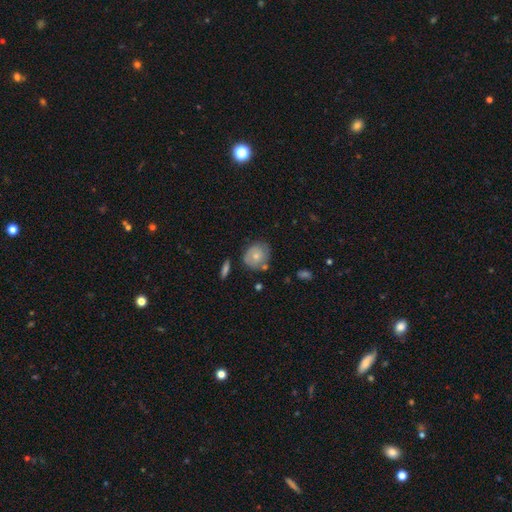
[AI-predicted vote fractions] smooth-or-featured: smooth: 53% | featured or disk: 40% | star or artifact: 7%
  how-rounded: round: 73% | in between: 26% | cigar-shaped: 1%
  merging: none: 65% | minor disturbance: 22% | major disturbance: 6% | merger: 6%